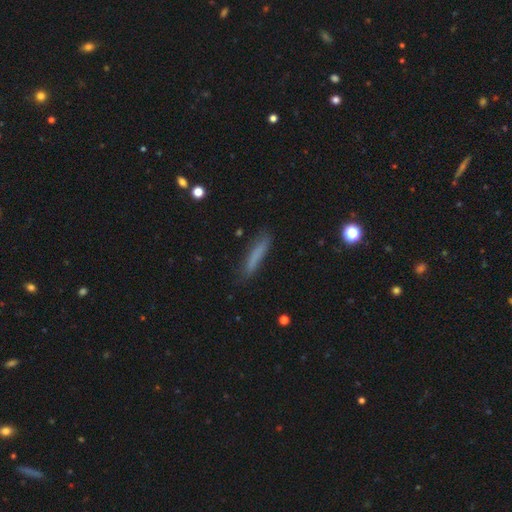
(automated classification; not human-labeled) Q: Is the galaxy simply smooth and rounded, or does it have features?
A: smooth — 74%.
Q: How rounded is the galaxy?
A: cigar-shaped — 89%.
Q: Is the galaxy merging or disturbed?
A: none — 79%.